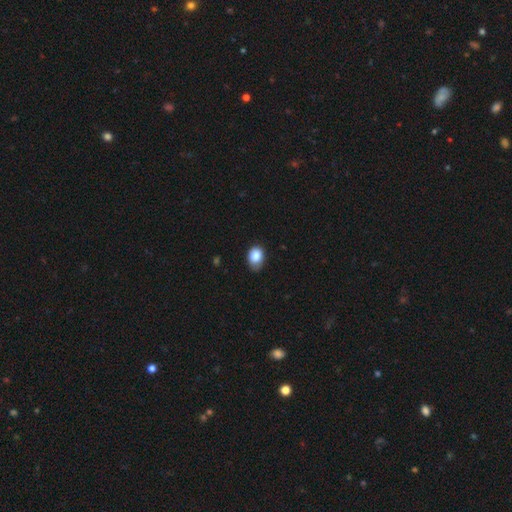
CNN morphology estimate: smooth_or_featured: smooth (p=0.85) [alt: star or artifact p=0.09]
how_rounded: in between (p=0.68) [alt: round p=0.31]
merging: none (p=0.64) [alt: minor disturbance p=0.30]